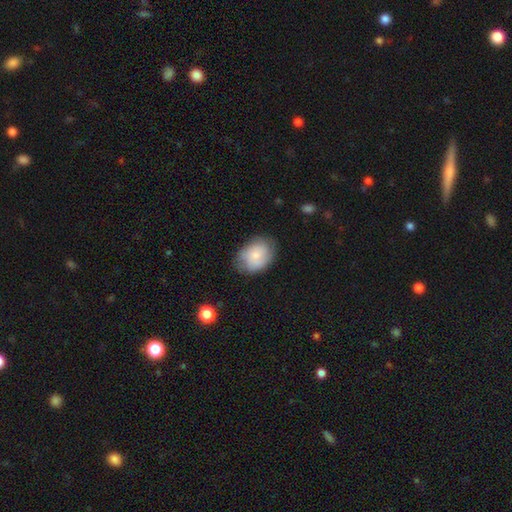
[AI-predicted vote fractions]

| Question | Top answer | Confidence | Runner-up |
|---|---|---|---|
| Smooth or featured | smooth | 73% | featured or disk (20%) |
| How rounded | in between | 73% | round (26%) |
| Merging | none | 73% | minor disturbance (21%) |